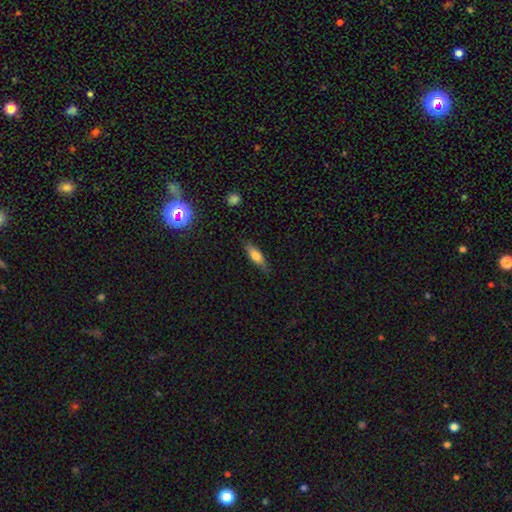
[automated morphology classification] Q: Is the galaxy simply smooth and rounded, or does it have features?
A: smooth — 69%.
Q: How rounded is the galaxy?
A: in between — 50%.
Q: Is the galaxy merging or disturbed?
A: none — 79%.